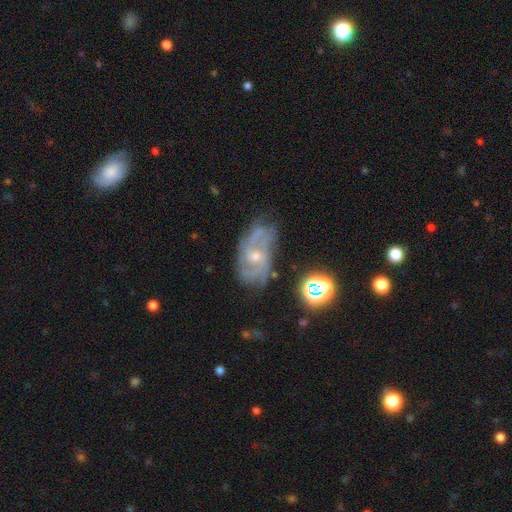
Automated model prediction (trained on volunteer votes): This appears to be a featured or disk galaxy (77%) with no bar (62%), 2 (37%) medium (47%) spiral arms (91%) and a small central bulge (53%). Merging: none (61%).